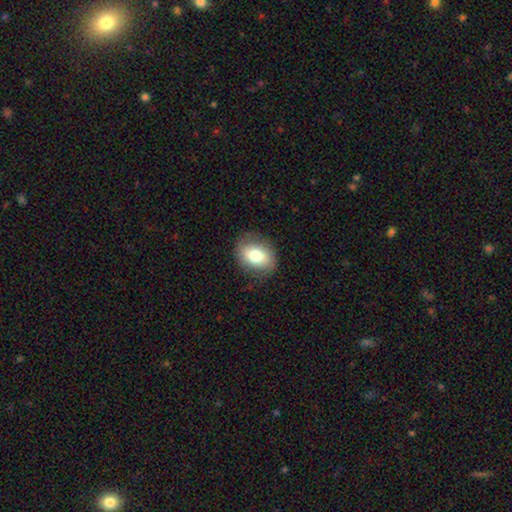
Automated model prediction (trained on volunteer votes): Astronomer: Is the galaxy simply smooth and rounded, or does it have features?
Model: smooth — 70%.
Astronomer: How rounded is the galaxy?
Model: in between — 61% (runner-up: round, 38%).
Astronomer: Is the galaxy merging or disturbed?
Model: none — 81%.